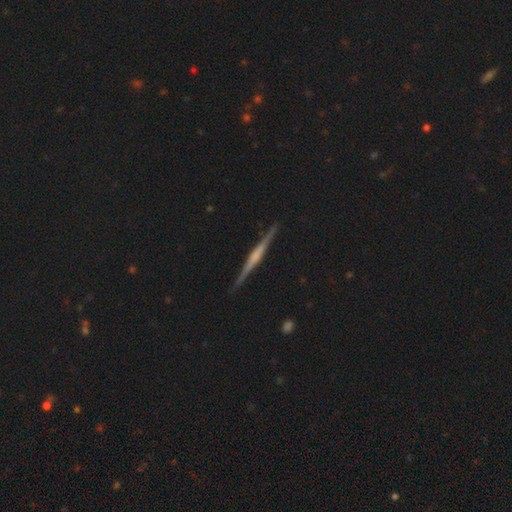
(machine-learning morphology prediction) featured or disk 76%, smooth 19%, star or artifact 5%. Down the decision tree: edge-on disk — yes (98%); edge-on bulge — rounded (39%); merging — none (91%).